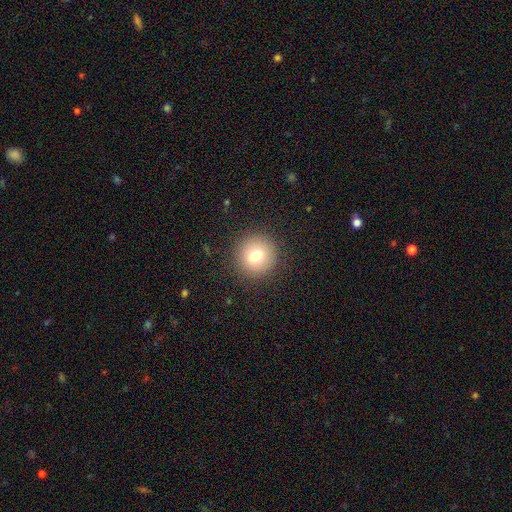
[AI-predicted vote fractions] Smooth or featured? smooth (76%)
How rounded? round (94%)
Merging? none (90%)